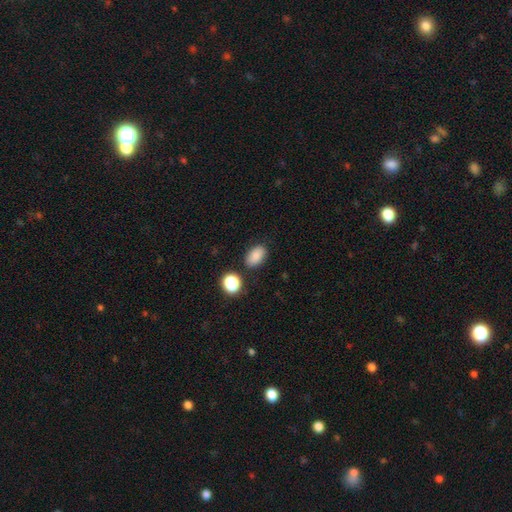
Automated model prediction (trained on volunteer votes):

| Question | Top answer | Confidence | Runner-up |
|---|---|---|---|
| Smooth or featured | smooth | 85% | star or artifact (10%) |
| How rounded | in between | 86% | round (12%) |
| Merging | none | 81% | minor disturbance (11%) |